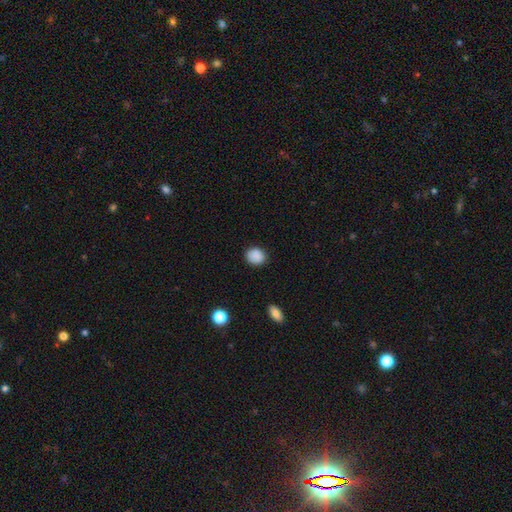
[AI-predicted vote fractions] The model was most divided on "how rounded": round: 73%, in between: 26%, cigar-shaped: 1%. More confident: smooth or featured — smooth (88%); merging — none (86%).